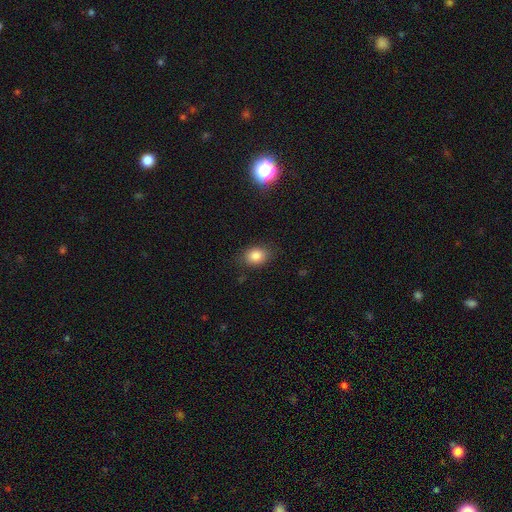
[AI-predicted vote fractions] smooth 84%, star or artifact 10%, featured or disk 6%. Down the decision tree: how rounded — in between (63%); merging — none (82%).